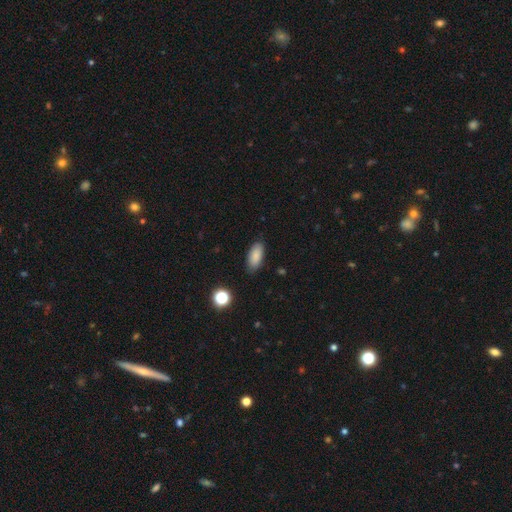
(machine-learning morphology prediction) smooth_or_featured: smooth (p=0.86) [alt: star or artifact p=0.08]
how_rounded: in between (p=0.87) [alt: cigar-shaped p=0.11]
merging: none (p=0.85) [alt: minor disturbance p=0.11]